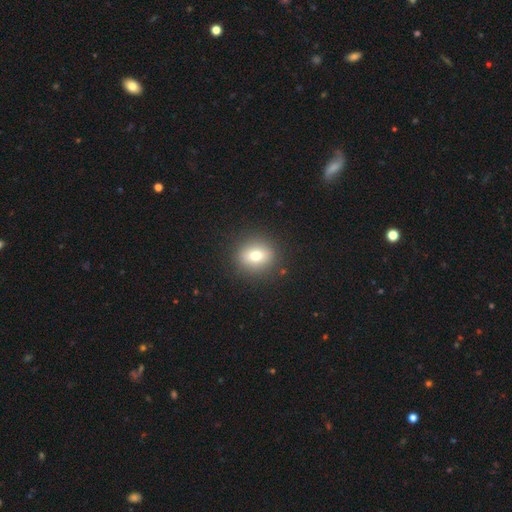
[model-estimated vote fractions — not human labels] Overall: smooth (72%). How rounded: round (71%). Merging: none (89%).